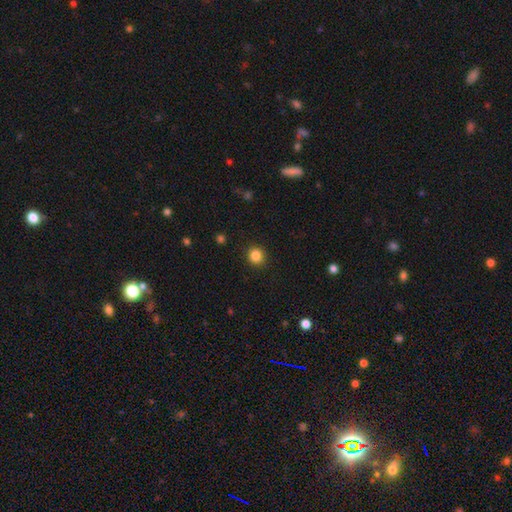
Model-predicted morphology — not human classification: The model was most divided on "smooth or featured": smooth: 85%, star or artifact: 11%, featured or disk: 4%. More confident: merging — none (91%); how rounded — round (89%).